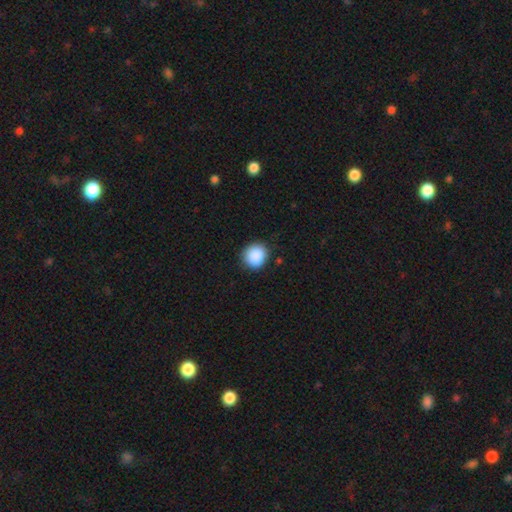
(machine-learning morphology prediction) This appears to be a smooth galaxy with no disk features (89%) that is round (83%). Merging: none (87%).